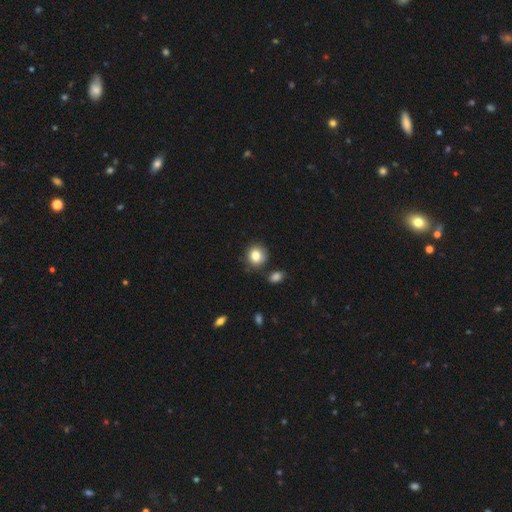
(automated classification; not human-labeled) The model was most divided on "how rounded": round: 79%, in between: 20%, cigar-shaped: 1%. More confident: smooth or featured — smooth (83%); merging — none (79%).